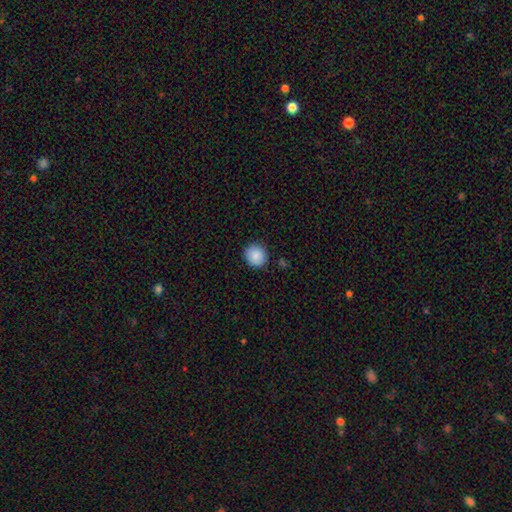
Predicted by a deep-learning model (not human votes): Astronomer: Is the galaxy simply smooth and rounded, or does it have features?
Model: smooth — 88%.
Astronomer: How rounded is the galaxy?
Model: round — 88%.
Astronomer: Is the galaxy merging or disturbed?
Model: none — 88%.